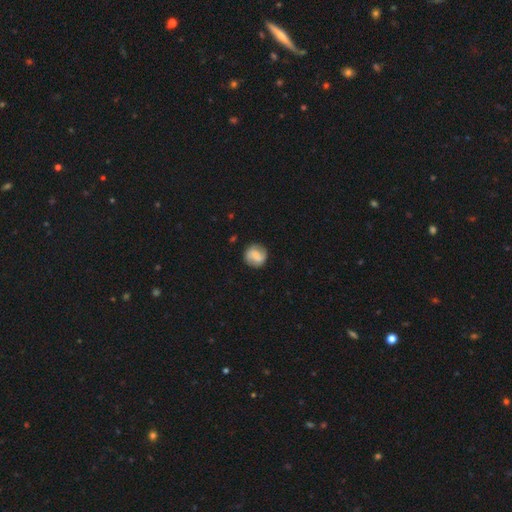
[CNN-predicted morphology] The model was most divided on "smooth or featured": smooth: 51%, featured or disk: 42%, star or artifact: 8%. More confident: how rounded — round (87%); merging — none (84%).